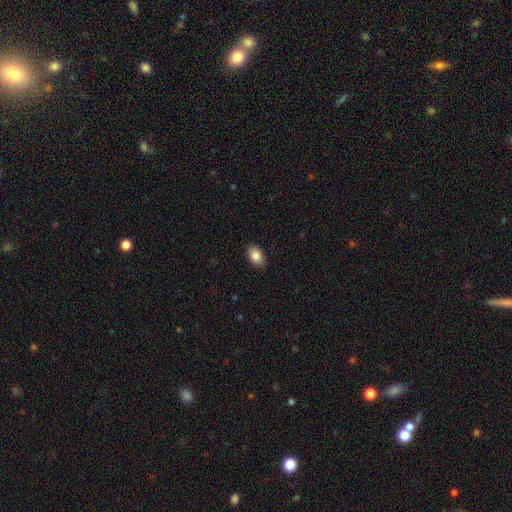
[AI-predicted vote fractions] This appears to be a smooth galaxy with no disk features (85%) that is in between round and cigar-shaped (89%). Merging: none (88%).